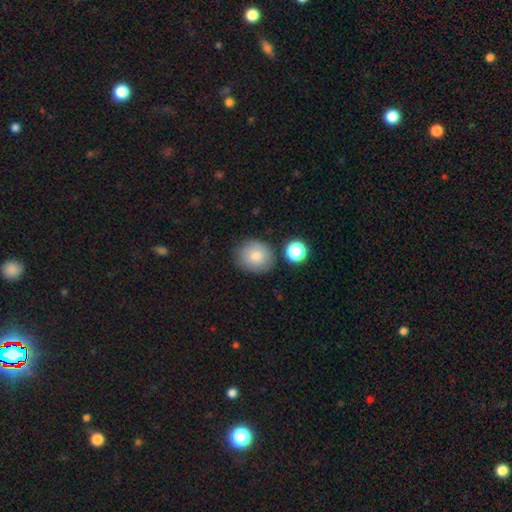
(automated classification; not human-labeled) This appears to be a smooth galaxy with no disk features (80%) that is round (72%). Merging: none (76%).